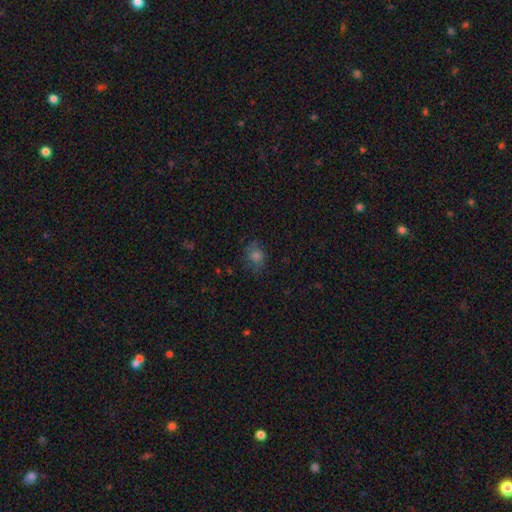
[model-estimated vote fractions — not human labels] Smooth or featured?
  - smooth: 59% *
  - star or artifact: 22%
  - featured or disk: 19%
How rounded?
  - round: 60% *
  - in between: 39%
  - cigar-shaped: 1%
Merging?
  - none: 71% *
  - minor disturbance: 19%
  - major disturbance: 8%
  - merger: 2%